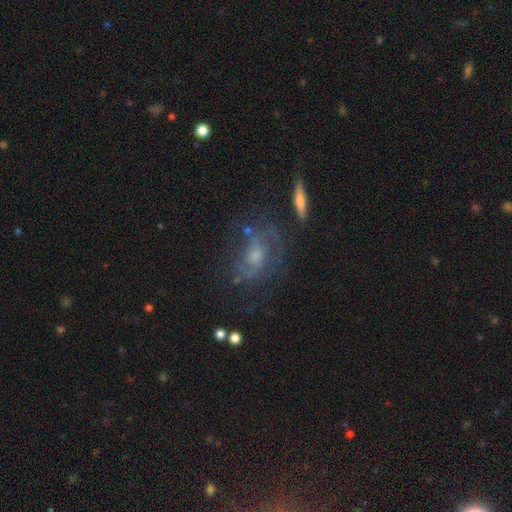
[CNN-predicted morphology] featured or disk 65%, smooth 20%, star or artifact 14%. Down the decision tree: edge-on disk — no (91%); bar — no (63%); spiral arms — yes (71%); bulge size — moderate (43%); merging — none (57%).